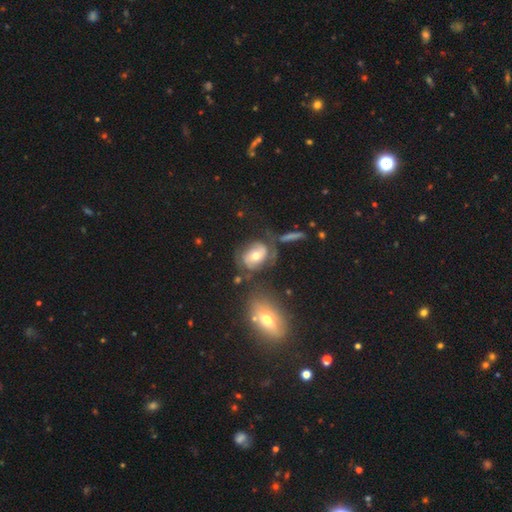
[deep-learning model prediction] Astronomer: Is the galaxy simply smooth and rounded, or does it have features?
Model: featured or disk — 56% (runner-up: smooth, 35%).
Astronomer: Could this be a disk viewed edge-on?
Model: no — 95%.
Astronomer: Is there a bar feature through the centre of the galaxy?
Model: no — 63%.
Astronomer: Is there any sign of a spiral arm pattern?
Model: yes — 73%.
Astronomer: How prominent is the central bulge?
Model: moderate — 70%.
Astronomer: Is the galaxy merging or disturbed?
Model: none — 48%.